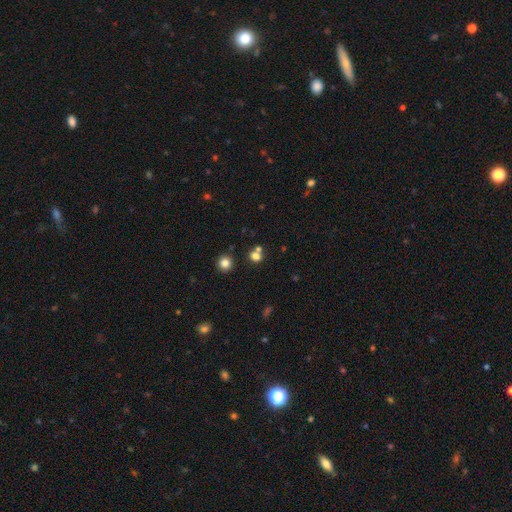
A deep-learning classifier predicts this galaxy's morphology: This is likely a smooth galaxy (74%). How rounded: likely round (73%). Merging: possibly none (57%).